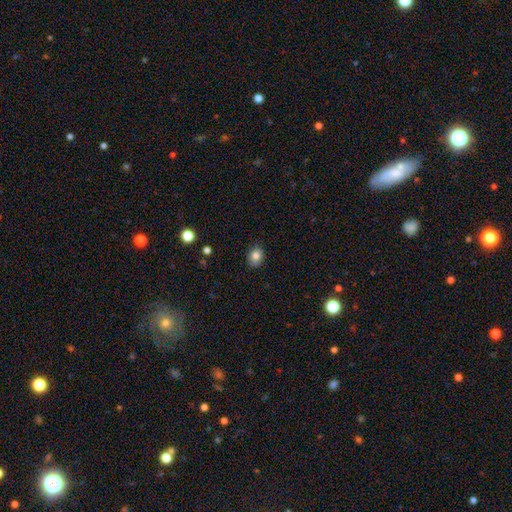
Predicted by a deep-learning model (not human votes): Q: Smooth or featured?
A: smooth (82%); runner-up: star or artifact (10%)
Q: How rounded?
A: in between (57%); runner-up: round (42%)
Q: Merging?
A: none (85%); runner-up: minor disturbance (12%)